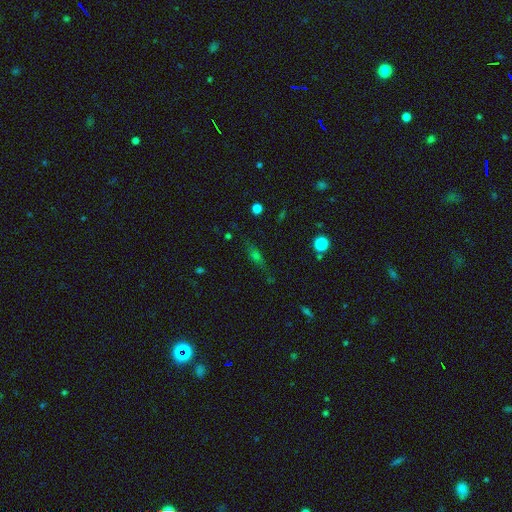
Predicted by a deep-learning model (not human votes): Smooth or featured?
  - smooth: 40% *
  - star or artifact: 30%
  - featured or disk: 30%
Merging?
  - none: 75% *
  - minor disturbance: 15%
  - major disturbance: 7%
  - merger: 3%